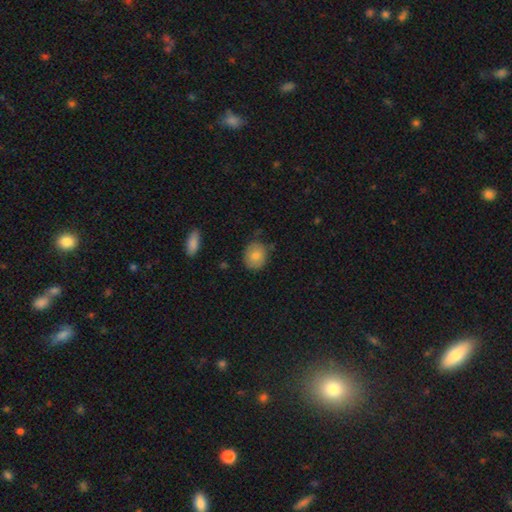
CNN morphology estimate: smooth-or-featured: smooth: 80% | featured or disk: 12% | star or artifact: 8%
  how-rounded: round: 76% | in between: 23% | cigar-shaped: 1%
  merging: none: 75% | minor disturbance: 20% | major disturbance: 3% | merger: 2%